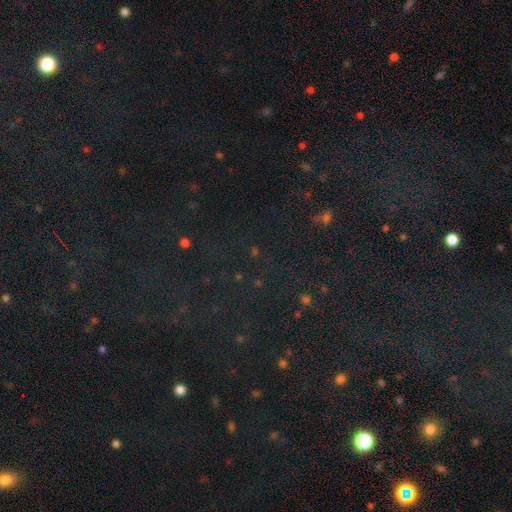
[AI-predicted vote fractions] smooth-or-featured: star or artifact: 79% | smooth: 12% | featured or disk: 9%